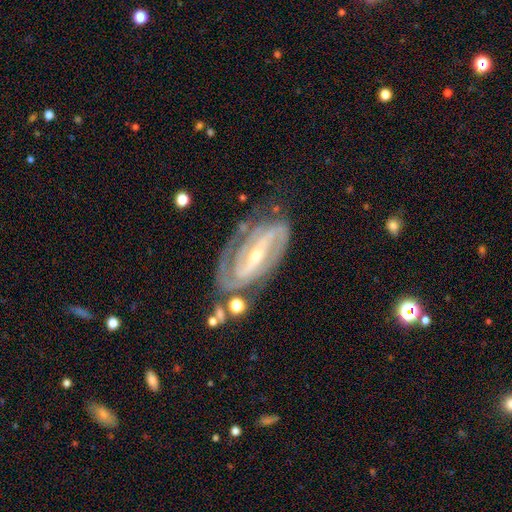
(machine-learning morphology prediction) type=featured or disk (91%); edge-on=no (95%); bar=strong (61%); spiral arms=yes (97%); winding=tight (59%); arm count=2 (77%); bulge=small (65%); merging=none (70%).